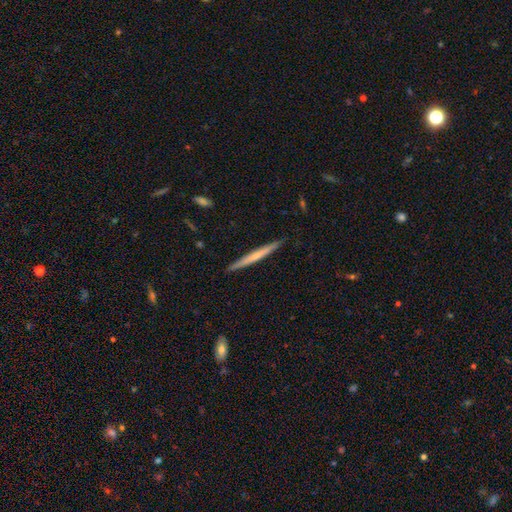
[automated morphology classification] featured or disk 47% (tied), smooth 47% (tied), star or artifact 5%. Down the decision tree: merging — none (91%).